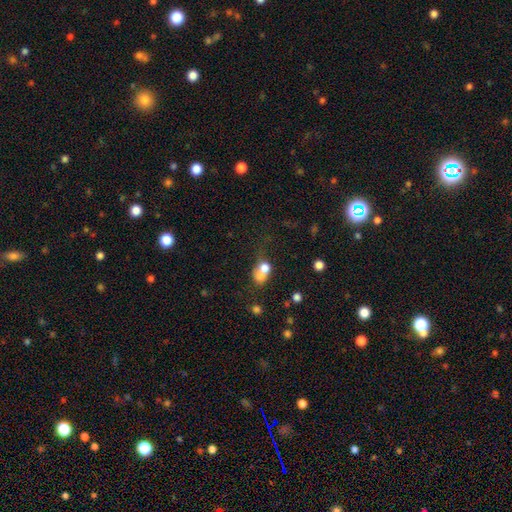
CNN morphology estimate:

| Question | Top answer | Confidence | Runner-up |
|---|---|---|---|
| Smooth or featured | smooth | 51% | star or artifact (35%) |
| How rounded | in between | 57% | round (35%) |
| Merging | none | 50% | minor disturbance (17%) |